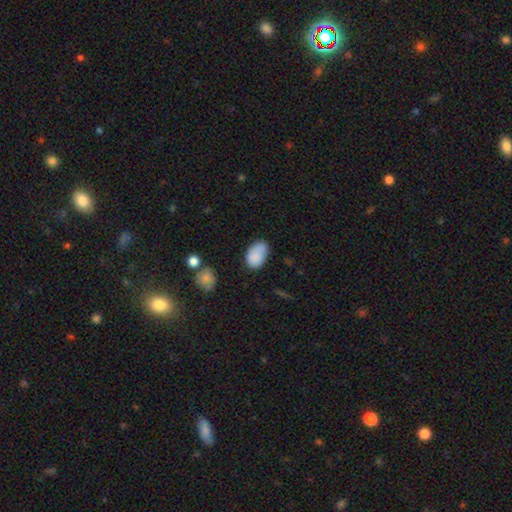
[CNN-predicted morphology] Smooth or featured? smooth (84%)
How rounded? in between (89%)
Merging? none (60%)